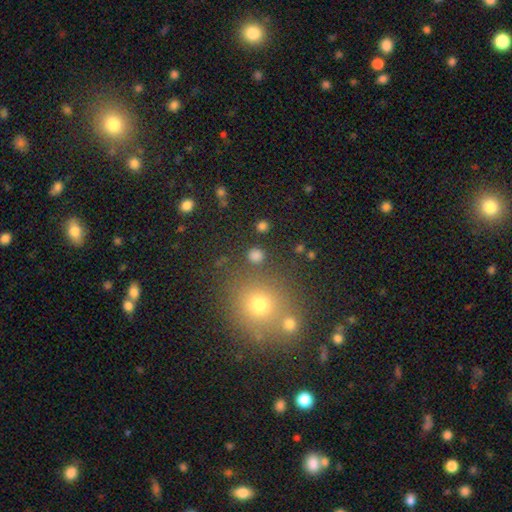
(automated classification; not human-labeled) Q: Smooth or featured?
A: smooth (76%); runner-up: star or artifact (18%)
Q: How rounded?
A: round (90%); runner-up: in between (9%)
Q: Merging?
A: none (84%); runner-up: minor disturbance (6%)